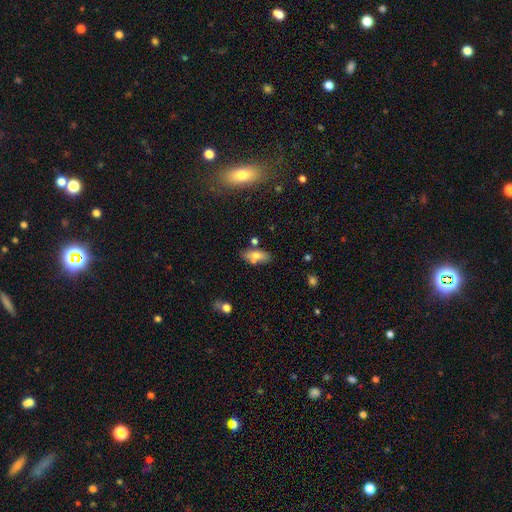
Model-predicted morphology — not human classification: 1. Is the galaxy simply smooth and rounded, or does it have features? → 68% smooth, 23% featured or disk, 9% star or artifact.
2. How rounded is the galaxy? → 80% in between, 15% cigar-shaped, 4% round.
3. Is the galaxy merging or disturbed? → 72% none, 14% minor disturbance, 10% merger, 4% major disturbance.